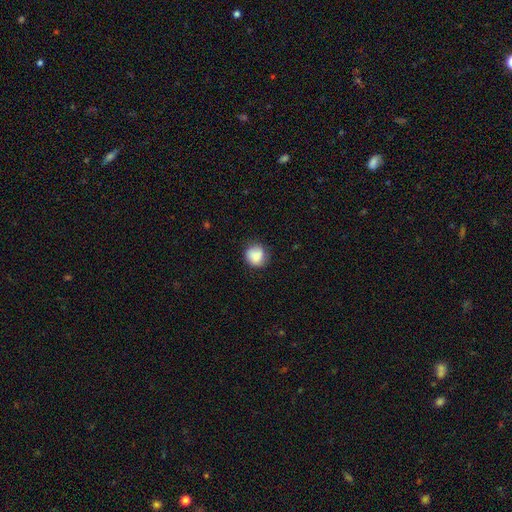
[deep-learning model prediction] Smooth or featured? smooth (85%)
How rounded? round (87%)
Merging? none (78%)